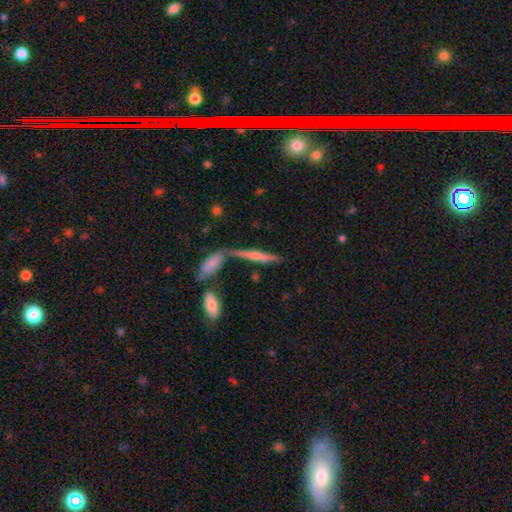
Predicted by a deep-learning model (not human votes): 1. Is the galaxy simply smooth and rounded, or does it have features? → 49% featured or disk, 44% smooth, 8% star or artifact.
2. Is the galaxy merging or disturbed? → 58% none, 25% merger, 13% minor disturbance, 5% major disturbance.